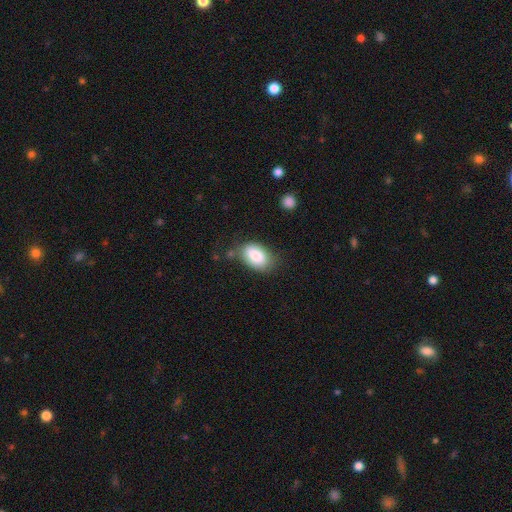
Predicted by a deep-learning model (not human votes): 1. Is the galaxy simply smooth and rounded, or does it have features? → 83% smooth, 10% featured or disk, 7% star or artifact.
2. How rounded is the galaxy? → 90% in between, 8% round, 2% cigar-shaped.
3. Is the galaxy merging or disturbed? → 70% none, 21% minor disturbance, 5% major disturbance, 4% merger.